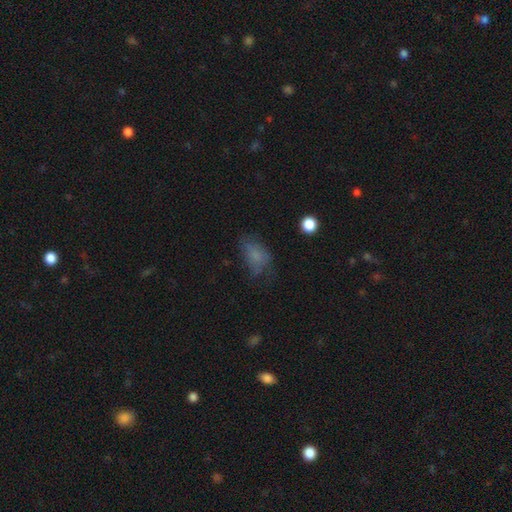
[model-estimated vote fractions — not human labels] Smooth or featured? smooth (69%)
How rounded? in between (85%)
Merging? none (49%)